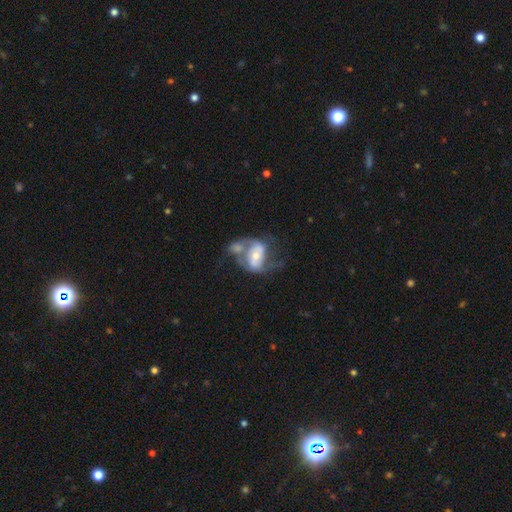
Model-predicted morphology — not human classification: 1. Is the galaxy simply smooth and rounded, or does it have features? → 70% featured or disk, 24% smooth, 6% star or artifact.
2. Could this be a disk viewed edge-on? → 97% no, 3% yes.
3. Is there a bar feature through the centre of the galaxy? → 48% no, 31% weak, 21% strong.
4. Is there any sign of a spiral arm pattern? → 75% yes, 25% no.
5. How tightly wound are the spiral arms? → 43% medium, 41% loose, 15% tight.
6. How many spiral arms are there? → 78% 2, 12% can't tell, 6% 1, 2% 3, 1% 4, 1% more than 4.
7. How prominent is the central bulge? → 51% moderate, 38% small, 7% large, 2% none, 1% dominant.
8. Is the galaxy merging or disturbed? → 46% merger, 21% major disturbance, 20% none, 13% minor disturbance.